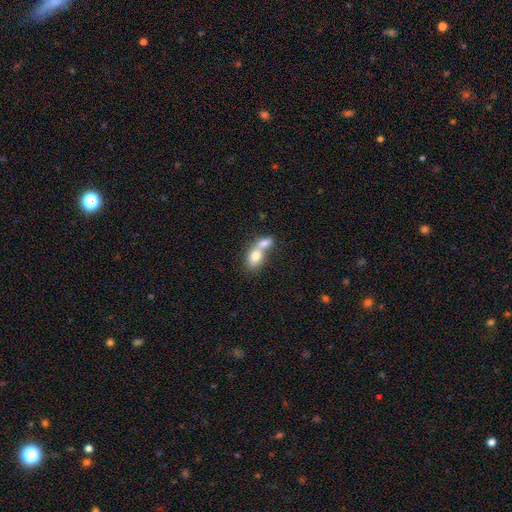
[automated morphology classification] Smooth or featured?
  - smooth: 75% *
  - featured or disk: 18%
  - star or artifact: 7%
How rounded?
  - in between: 76% *
  - round: 19%
  - cigar-shaped: 4%
Merging?
  - merger: 74% *
  - none: 16%
  - minor disturbance: 6%
  - major disturbance: 4%